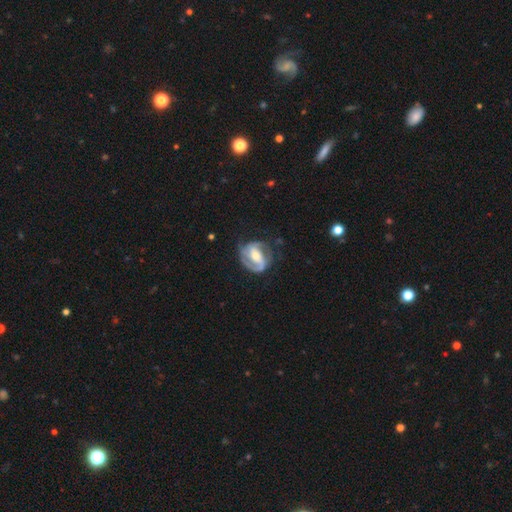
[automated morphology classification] A featured or disk galaxy (85%) with a strong bar (44%), 2 (76%) medium (43%, tied with tight) spiral arms (93%) and a moderate central bulge (59%). Merging: none (65%).